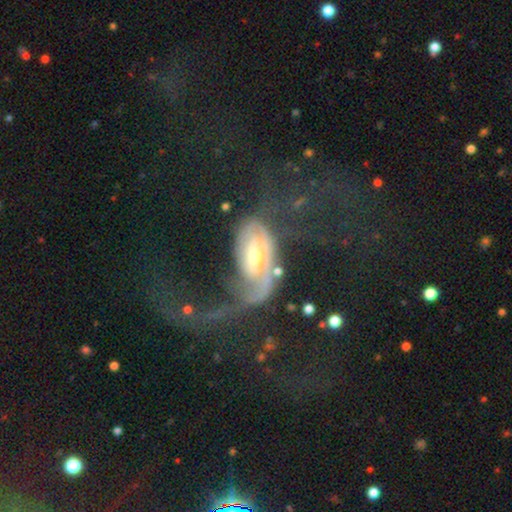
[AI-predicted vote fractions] smooth_or_featured: featured or disk (p=0.74) [alt: smooth p=0.17]
disk_edge_on: no (p=0.95) [alt: yes p=0.05]
bar: no (p=0.52) [alt: weak p=0.33]
has_spiral_arms: yes (p=0.74) [alt: no p=0.26]
spiral_winding: loose (p=0.71) [alt: medium p=0.22]
spiral_arm_count: 2 (p=0.48) [alt: 1 p=0.36]
bulge_size: moderate (p=0.50) [alt: small p=0.37]
merging: major disturbance (p=0.60) [alt: none p=0.19]